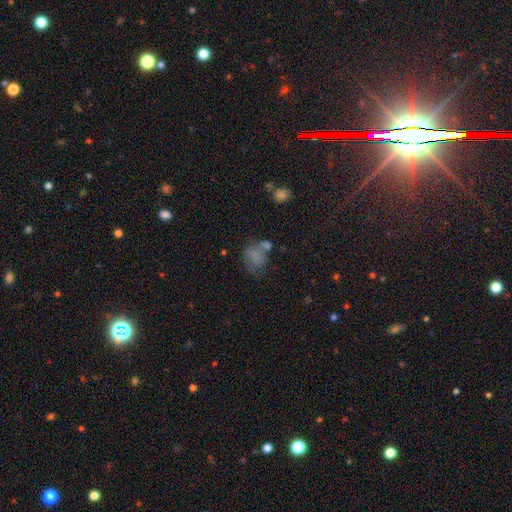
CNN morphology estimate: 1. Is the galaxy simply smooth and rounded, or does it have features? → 63% smooth, 22% featured or disk, 15% star or artifact.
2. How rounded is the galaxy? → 58% in between, 40% round, 2% cigar-shaped.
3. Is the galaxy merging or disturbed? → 31% none, 24% major disturbance, 23% merger, 22% minor disturbance.